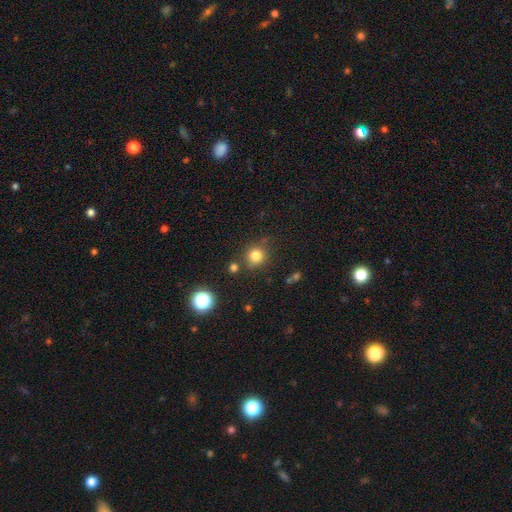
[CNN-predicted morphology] Q: Smooth or featured?
A: smooth (80%); runner-up: star or artifact (14%)
Q: How rounded?
A: round (87%); runner-up: in between (12%)
Q: Merging?
A: none (76%); runner-up: minor disturbance (13%)